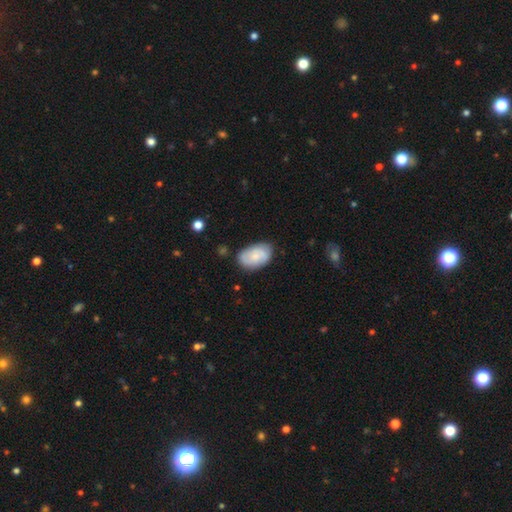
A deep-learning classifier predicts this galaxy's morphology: smooth-or-featured: smooth: 60% | featured or disk: 33% | star or artifact: 7%
  how-rounded: in between: 91% | round: 7% | cigar-shaped: 1%
  merging: none: 73% | minor disturbance: 21% | major disturbance: 4% | merger: 2%